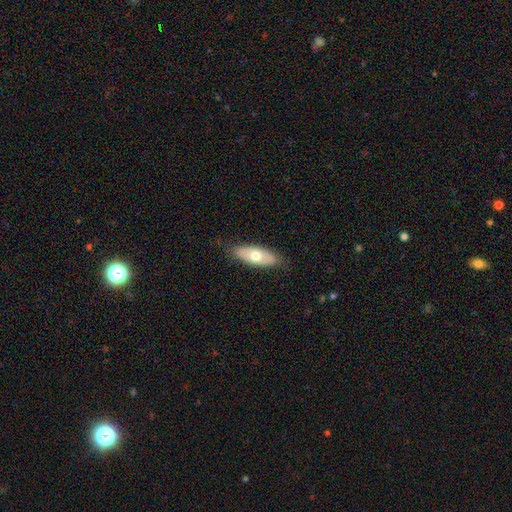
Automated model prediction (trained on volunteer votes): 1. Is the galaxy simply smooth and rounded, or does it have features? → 63% smooth, 31% featured or disk, 6% star or artifact.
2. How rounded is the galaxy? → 74% in between, 24% cigar-shaped, 3% round.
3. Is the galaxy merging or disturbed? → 84% none, 13% minor disturbance, 2% major disturbance, 1% merger.